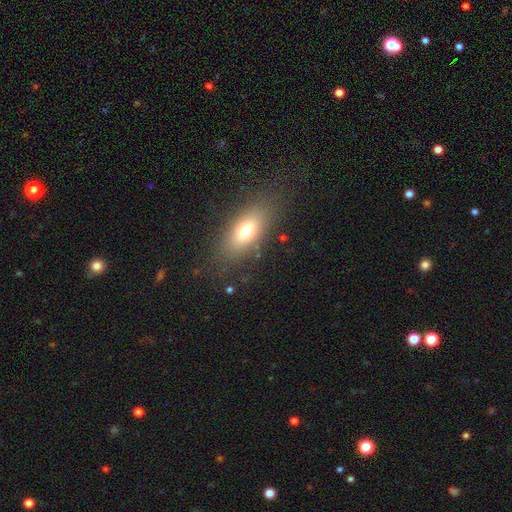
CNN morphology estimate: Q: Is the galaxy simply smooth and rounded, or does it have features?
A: smooth — 65%.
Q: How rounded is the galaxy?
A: in between — 75%.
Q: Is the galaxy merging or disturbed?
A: none — 83%.